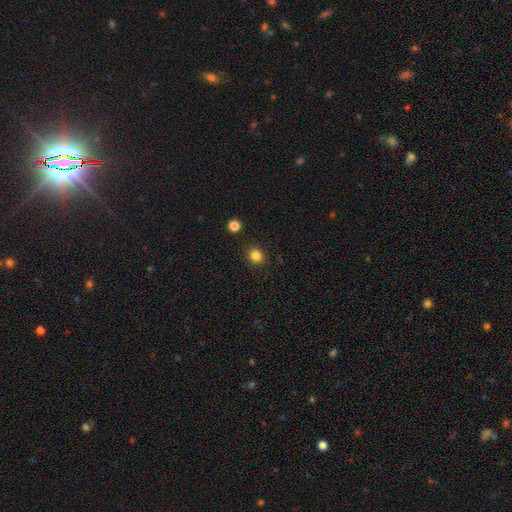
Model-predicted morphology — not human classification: Smooth or featured? smooth (84%)
How rounded? round (78%)
Merging? none (90%)